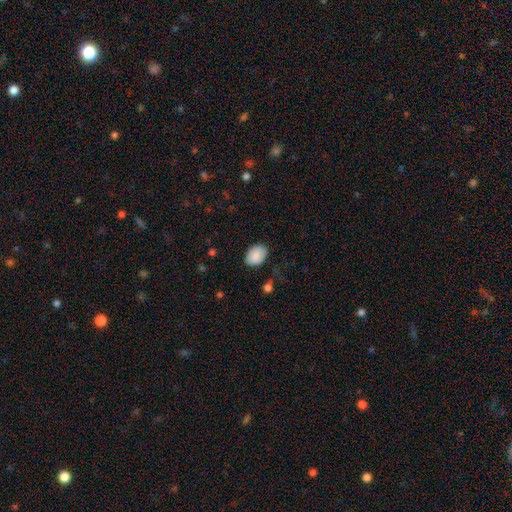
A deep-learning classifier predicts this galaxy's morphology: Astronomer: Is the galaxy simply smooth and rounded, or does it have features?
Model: smooth — 85%.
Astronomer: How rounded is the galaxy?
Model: in between — 74%.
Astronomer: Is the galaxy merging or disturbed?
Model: none — 79%.